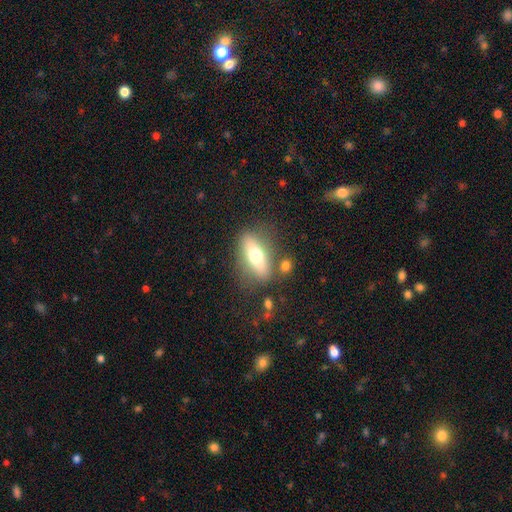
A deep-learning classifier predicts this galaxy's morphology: smooth_or_featured: smooth (p=0.58) [alt: featured or disk p=0.34]
how_rounded: in between (p=0.68) [alt: cigar-shaped p=0.26]
merging: none (p=0.74) [alt: minor disturbance p=0.14]